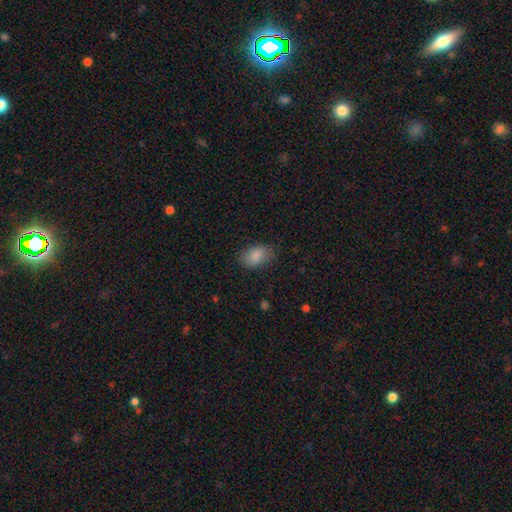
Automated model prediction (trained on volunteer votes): smooth_or_featured: smooth (p=0.86) [alt: star or artifact p=0.07]
how_rounded: in between (p=0.88) [alt: round p=0.11]
merging: none (p=0.80) [alt: minor disturbance p=0.15]